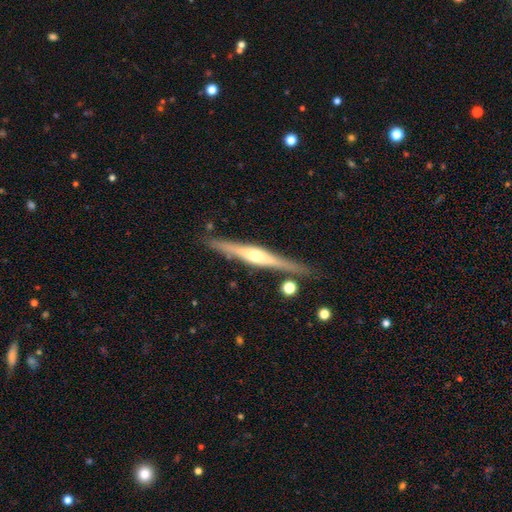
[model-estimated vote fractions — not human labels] Morphology: type=featured or disk (77%); edge-on=yes (97%); edge-on bulge=rounded (88%); merging=none (86%).